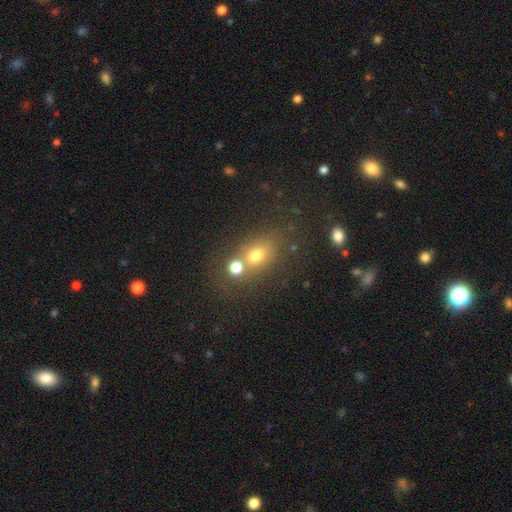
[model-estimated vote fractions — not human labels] Smooth or featured? Predicted: smooth (p=0.66). How rounded? Predicted: in between (p=0.54). Merging? Predicted: none (p=0.52).